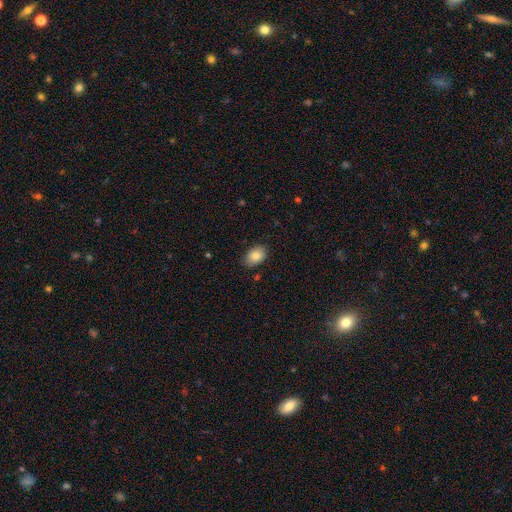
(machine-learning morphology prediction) A smooth galaxy with no disk features (83%) that is in between round and cigar-shaped (80%).

Vote fractions:
- Smooth or featured? smooth: 83% / featured or disk: 9% / star or artifact: 8%
- How rounded? in between: 80% / round: 19% / cigar-shaped: 1%
- Merging? none: 84% / minor disturbance: 13% / major disturbance: 2% / merger: 1%